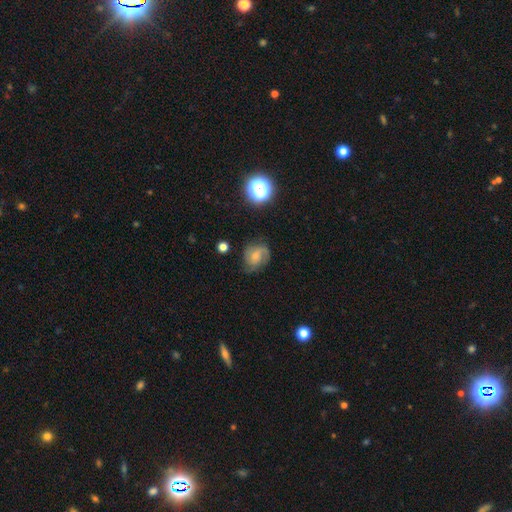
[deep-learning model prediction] smooth_or_featured: featured or disk (p=0.60) [alt: smooth p=0.29]
disk_edge_on: no (p=0.97) [alt: yes p=0.03]
bar: no (p=0.61) [alt: weak p=0.34]
has_spiral_arms: yes (p=0.91) [alt: no p=0.09]
spiral_winding: medium (p=0.45) [alt: tight p=0.34]
spiral_arm_count: 2 (p=0.52) [alt: 1 p=0.17]
bulge_size: small (p=0.49) [alt: moderate p=0.35]
merging: none (p=0.62) [alt: minor disturbance p=0.25]